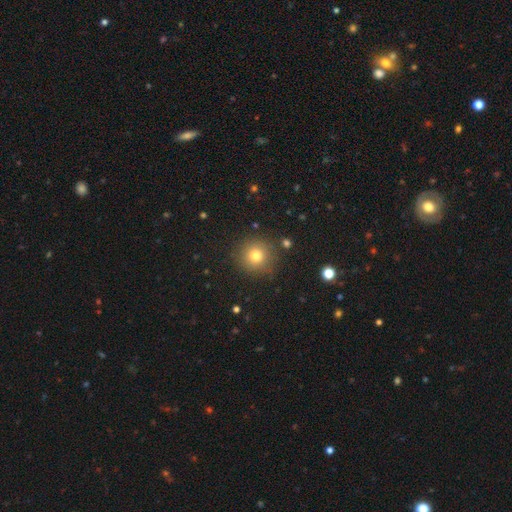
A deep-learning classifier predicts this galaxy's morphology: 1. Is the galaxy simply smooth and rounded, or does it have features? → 76% smooth, 15% star or artifact, 9% featured or disk.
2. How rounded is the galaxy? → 93% round, 6% in between, 1% cigar-shaped.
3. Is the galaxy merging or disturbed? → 87% none, 8% minor disturbance, 3% major disturbance, 2% merger.